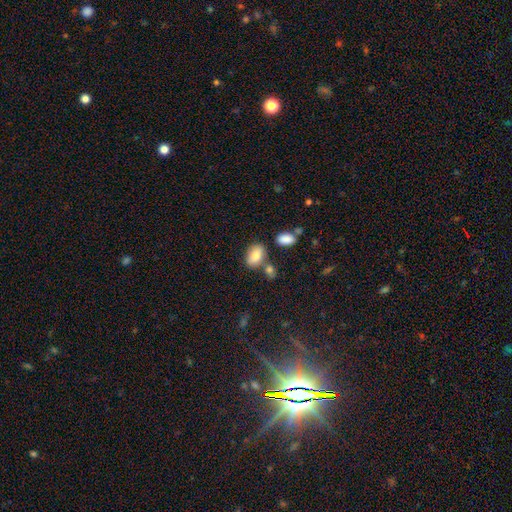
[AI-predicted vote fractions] smooth 83%, featured or disk 9%, star or artifact 8%. Down the decision tree: how rounded — in between (90%); merging — none (66%).